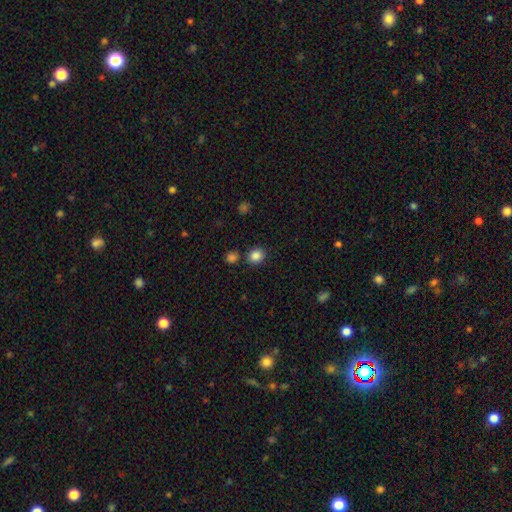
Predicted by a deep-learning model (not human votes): A smooth galaxy with no disk features (86%) that is round (70%).

Vote fractions:
- Smooth or featured? smooth: 86% / star or artifact: 11% / featured or disk: 4%
- How rounded? round: 70% / in between: 29% / cigar-shaped: 1%
- Merging? none: 82% / minor disturbance: 8% / merger: 7% / major disturbance: 3%